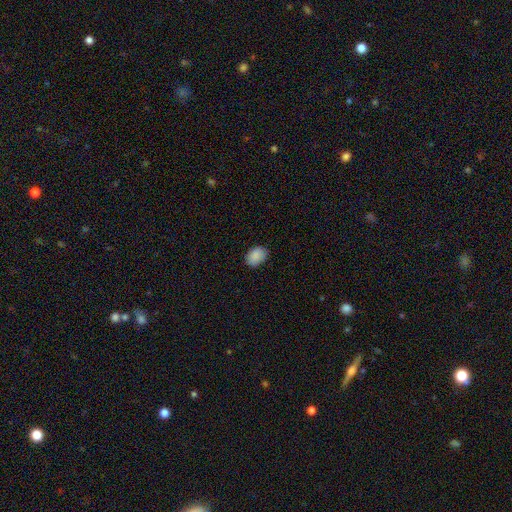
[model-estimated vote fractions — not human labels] A smooth galaxy with no disk features (89%) that is in between round and cigar-shaped (76%). Merging: none (83%).